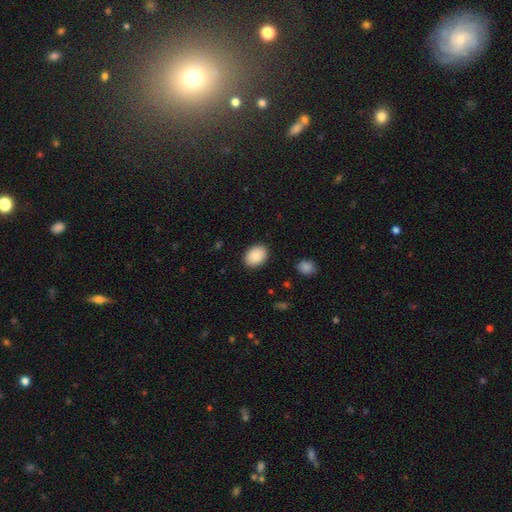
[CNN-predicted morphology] Q: Smooth or featured?
A: smooth (89%); runner-up: star or artifact (7%)
Q: How rounded?
A: in between (75%); runner-up: round (24%)
Q: Merging?
A: none (88%); runner-up: minor disturbance (8%)